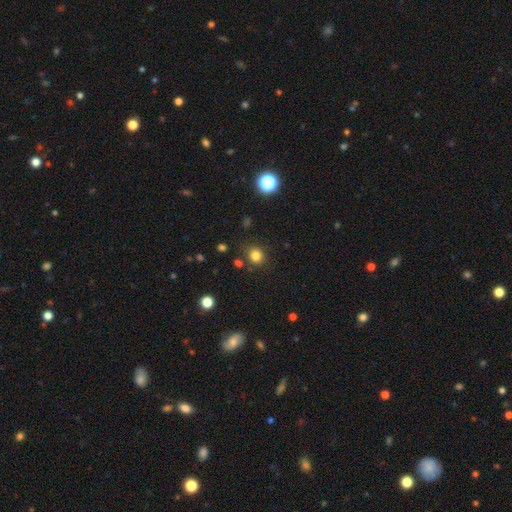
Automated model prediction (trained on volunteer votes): Morphology: type=smooth (80%); roundness=round (79%); merging=none (81%).